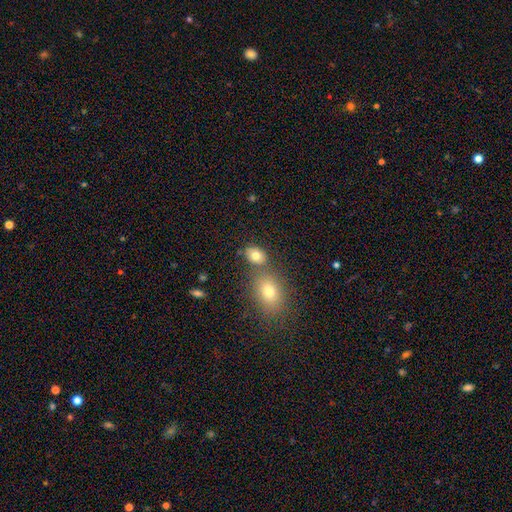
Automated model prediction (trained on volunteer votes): This appears to be a smooth galaxy with no disk features (80%) that is in between round and cigar-shaped (73%). Merging: none (62%).